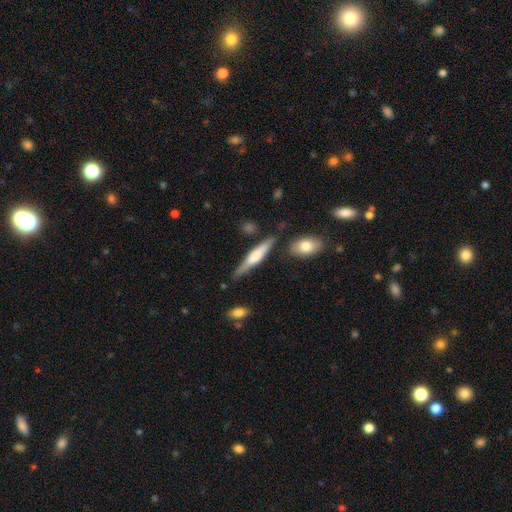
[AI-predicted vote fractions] Smooth or featured? Predicted: smooth (p=0.49). Merging? Predicted: none (p=0.76).